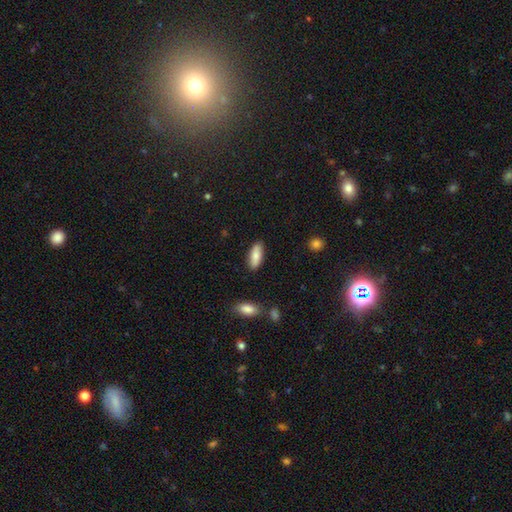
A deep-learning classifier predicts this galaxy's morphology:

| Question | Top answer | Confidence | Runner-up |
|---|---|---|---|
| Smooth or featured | smooth | 82% | featured or disk (12%) |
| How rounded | in between | 71% | cigar-shaped (27%) |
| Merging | none | 86% | minor disturbance (10%) |